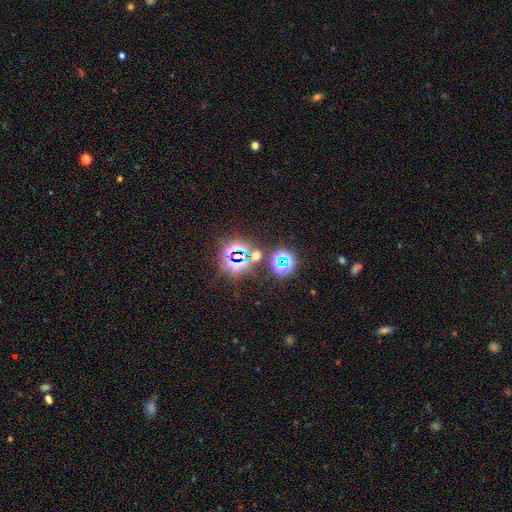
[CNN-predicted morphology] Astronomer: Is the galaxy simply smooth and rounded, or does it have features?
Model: star or artifact — 74%.